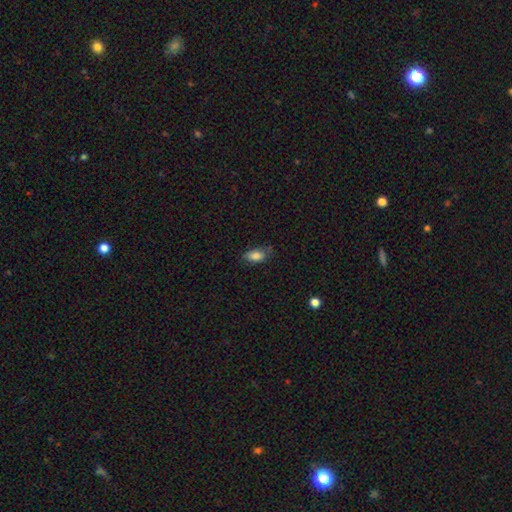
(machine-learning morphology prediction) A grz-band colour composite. It shows a smooth galaxy with no disk features (84%) that is in between round and cigar-shaped (90%). Merging: none (69%).